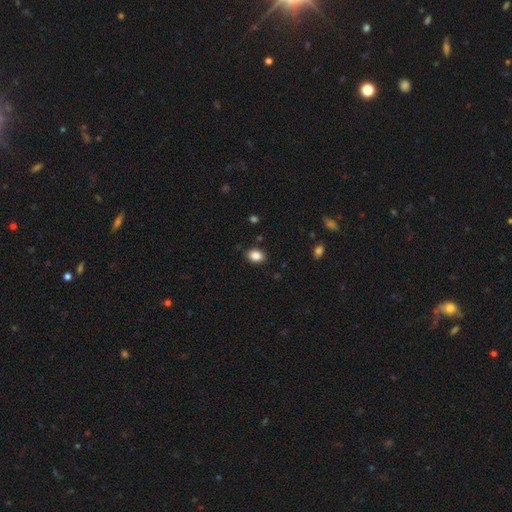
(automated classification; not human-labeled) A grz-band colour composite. It shows a smooth galaxy with no disk features (87%) that is in between round and cigar-shaped (72%). Merging: none (88%).